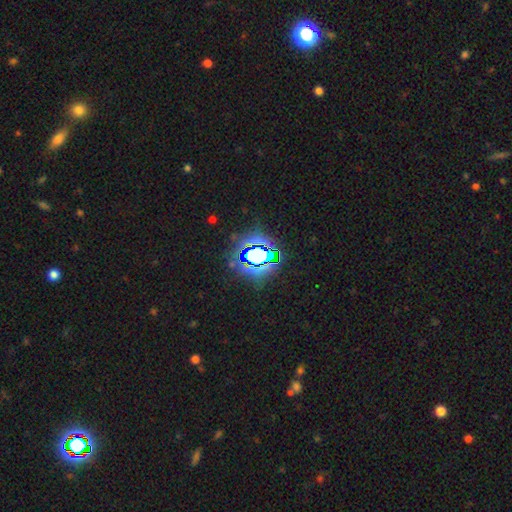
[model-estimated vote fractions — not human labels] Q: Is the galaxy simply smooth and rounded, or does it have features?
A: star or artifact — 71%.